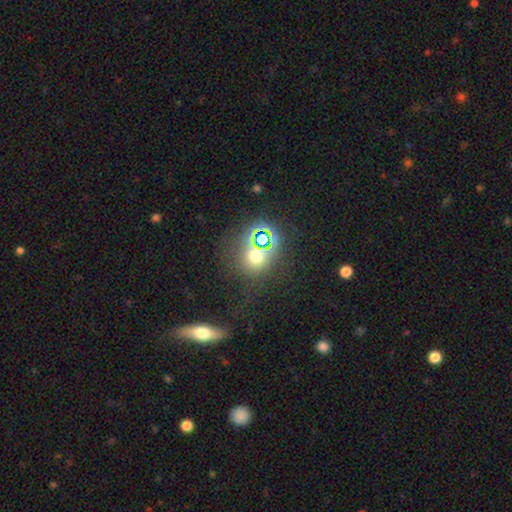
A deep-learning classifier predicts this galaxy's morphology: Overall: star or artifact (45%; smooth 44%).